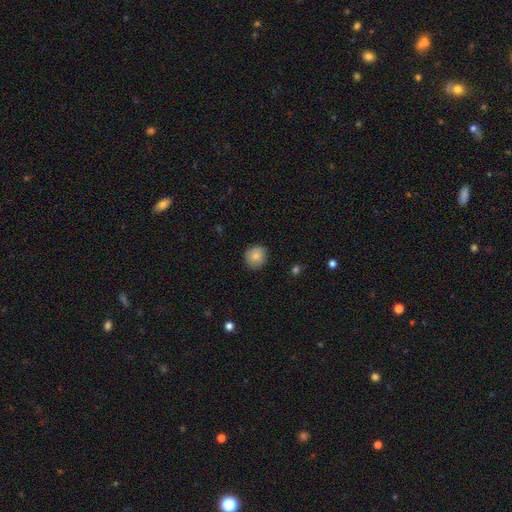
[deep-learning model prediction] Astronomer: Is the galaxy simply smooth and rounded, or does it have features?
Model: smooth — 83%.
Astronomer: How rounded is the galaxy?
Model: round — 87%.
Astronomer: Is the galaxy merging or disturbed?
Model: none — 85%.